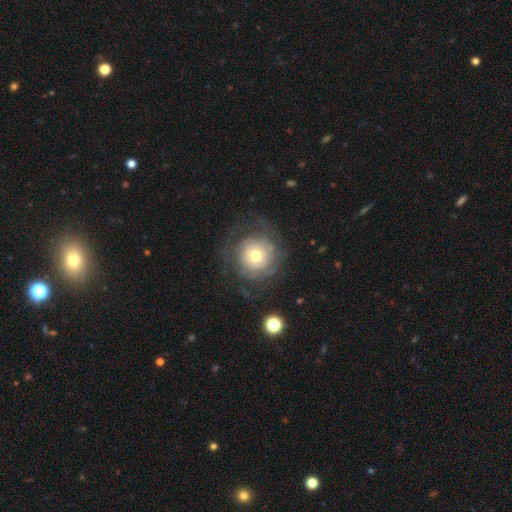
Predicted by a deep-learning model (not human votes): Smooth or featured? Predicted: featured or disk (p=0.67). Edge-on disk? Predicted: no (p=0.97). Bar? Predicted: no (p=0.84). Spiral arms? Predicted: yes (p=0.84). Spiral winding? Predicted: tight (p=0.68). Spiral arm count? Predicted: can't tell (p=0.46). Bulge size? Predicted: moderate (p=0.63). Merging? Predicted: none (p=0.69).